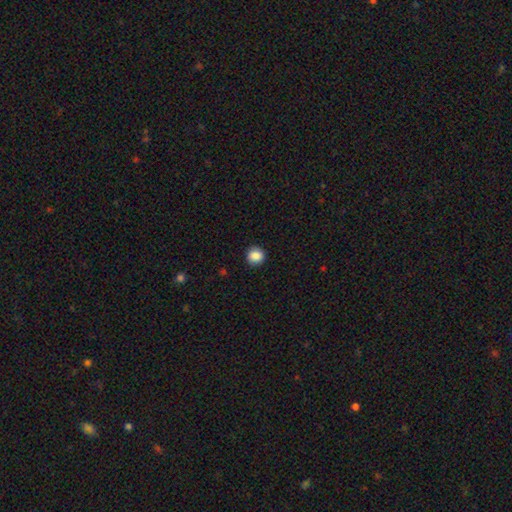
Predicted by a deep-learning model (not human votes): Smooth or featured?
  - smooth: 87% *
  - star or artifact: 9%
  - featured or disk: 4%
How rounded?
  - round: 91% *
  - in between: 9%
  - cigar-shaped: 1%
Merging?
  - none: 90% *
  - minor disturbance: 7%
  - major disturbance: 2%
  - merger: 1%